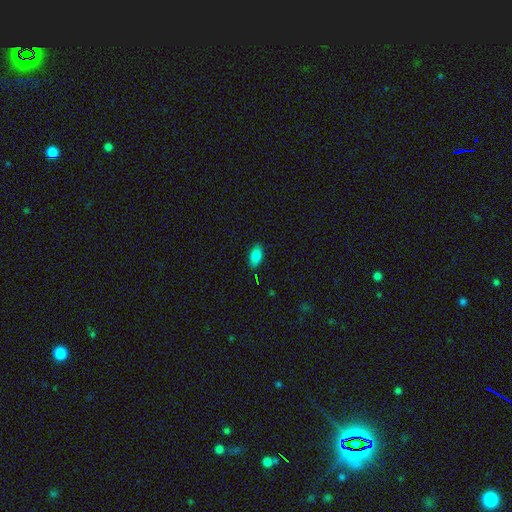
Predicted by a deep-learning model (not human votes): A smooth galaxy with no disk features (85%) that is in between round and cigar-shaped (92%).

Vote fractions:
- Smooth or featured? smooth: 85% / star or artifact: 8% / featured or disk: 7%
- How rounded? in between: 92% / round: 4% / cigar-shaped: 3%
- Merging? none: 86% / minor disturbance: 10% / major disturbance: 2% / merger: 1%